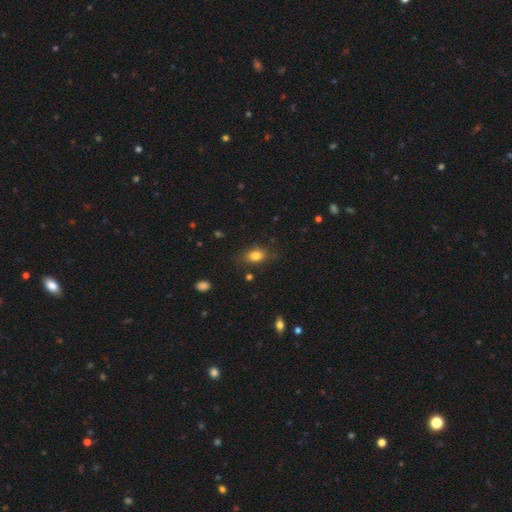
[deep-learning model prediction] smooth_or_featured: smooth (p=0.81) [alt: star or artifact p=0.10]
how_rounded: in between (p=0.81) [alt: round p=0.16]
merging: none (p=0.78) [alt: minor disturbance p=0.16]